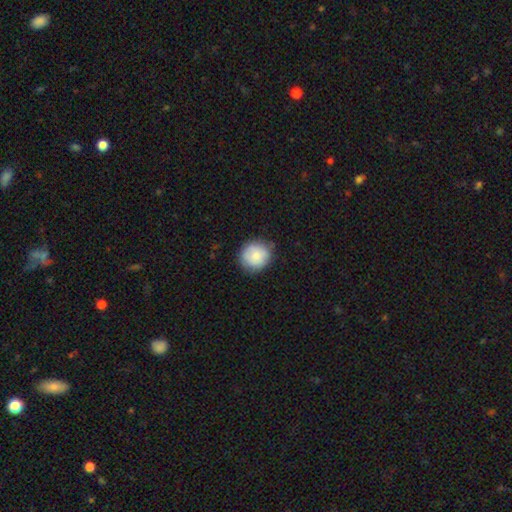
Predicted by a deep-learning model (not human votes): Overall: smooth (83%). How rounded: round (89%). Merging: none (79%).